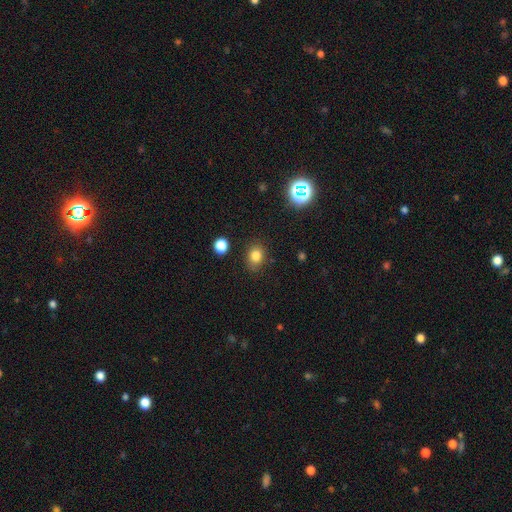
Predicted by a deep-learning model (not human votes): Overall: smooth (80%). How rounded: round (51%; in between 48%). Merging: none (83%).